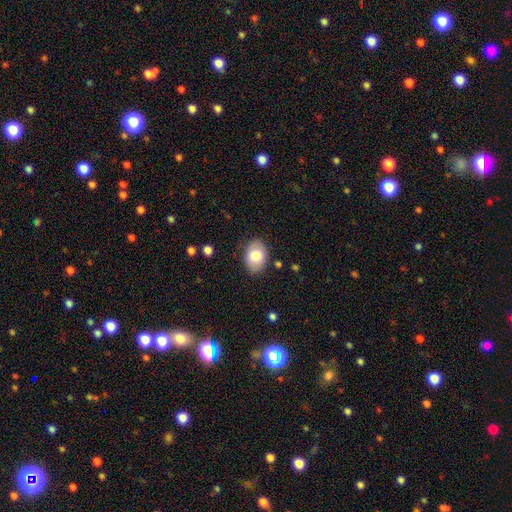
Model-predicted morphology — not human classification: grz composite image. It shows a smooth galaxy with no disk features (81%) that is in between round and cigar-shaped (81%). Merging: none (84%).